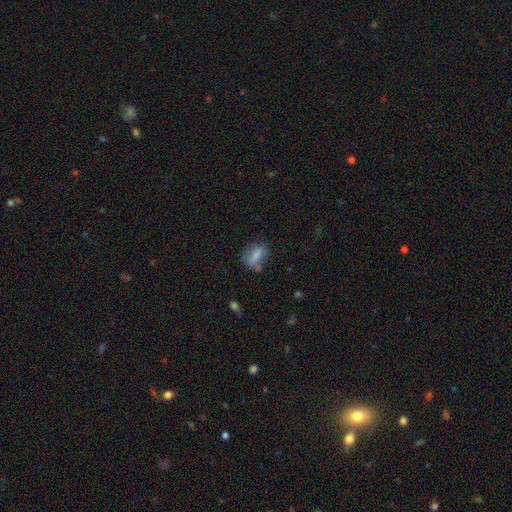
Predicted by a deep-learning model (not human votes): smooth 73%, featured or disk 18%, star or artifact 10%. Down the decision tree: how rounded — in between (68%); merging — none (58%).